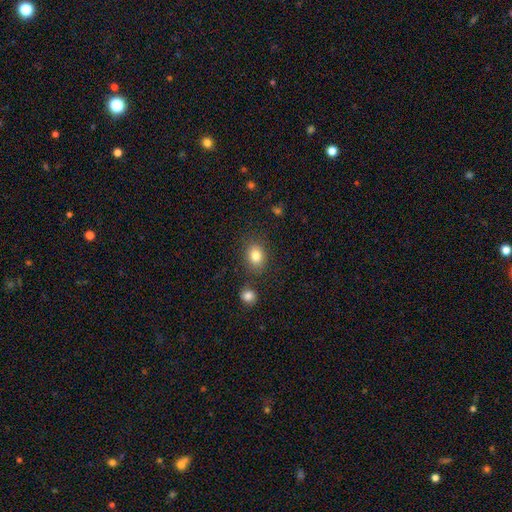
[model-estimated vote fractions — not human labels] smooth-or-featured: smooth: 82% | star or artifact: 10% | featured or disk: 8%
  how-rounded: in between: 54% | round: 45% | cigar-shaped: 1%
  merging: none: 80% | minor disturbance: 11% | merger: 5% | major disturbance: 3%